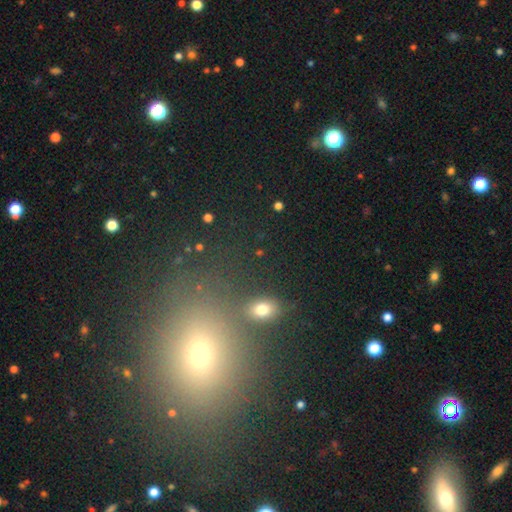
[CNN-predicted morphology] smooth 47%, star or artifact 42%, featured or disk 12%. Down the decision tree: merging — none (77%).